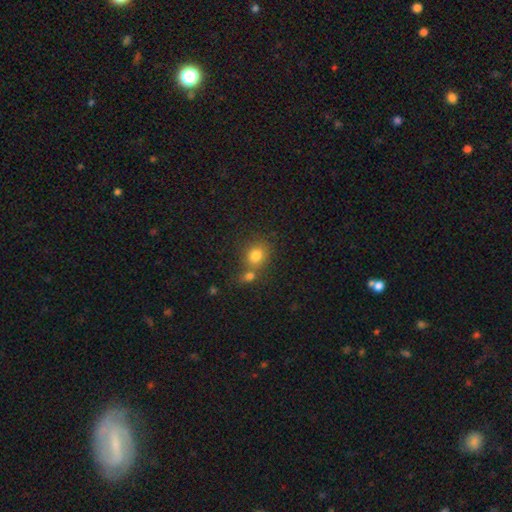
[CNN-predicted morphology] Smooth or featured?
  - smooth: 79% *
  - star or artifact: 12%
  - featured or disk: 9%
How rounded?
  - round: 69% *
  - in between: 30%
  - cigar-shaped: 1%
Merging?
  - none: 50% *
  - merger: 36%
  - minor disturbance: 10%
  - major disturbance: 4%